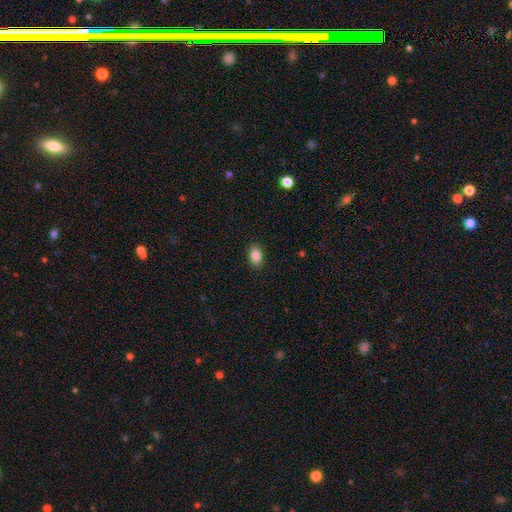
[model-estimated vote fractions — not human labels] A smooth galaxy with no disk features (86%) that is in between round and cigar-shaped (84%).

Vote fractions:
- Smooth or featured? smooth: 86% / star or artifact: 8% / featured or disk: 6%
- How rounded? in between: 84% / round: 15% / cigar-shaped: 1%
- Merging? none: 89% / minor disturbance: 8% / major disturbance: 2% / merger: 1%